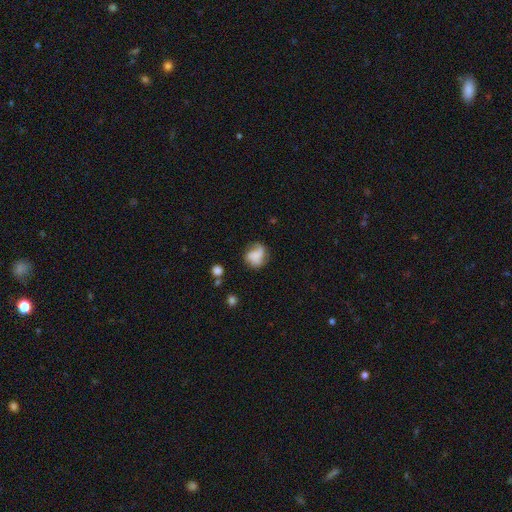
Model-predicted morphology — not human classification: Q: Smooth or featured?
A: smooth (55%); runner-up: featured or disk (35%)
Q: How rounded?
A: round (60%); runner-up: in between (39%)
Q: Merging?
A: none (50%); runner-up: minor disturbance (27%)